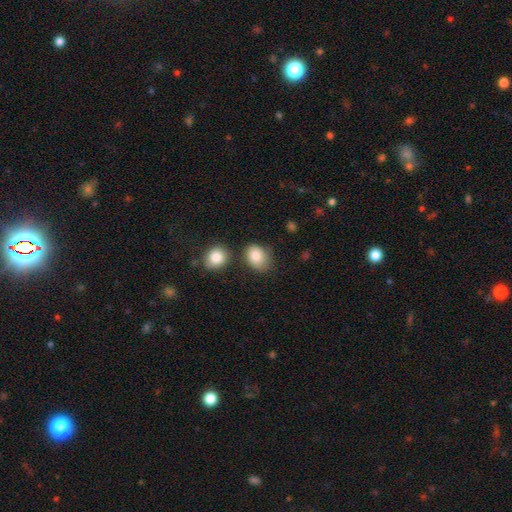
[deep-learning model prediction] smooth-or-featured: smooth: 84% | featured or disk: 8% | star or artifact: 8%
  how-rounded: in between: 67% | round: 32% | cigar-shaped: 1%
  merging: none: 59% | minor disturbance: 23% | merger: 11% | major disturbance: 6%